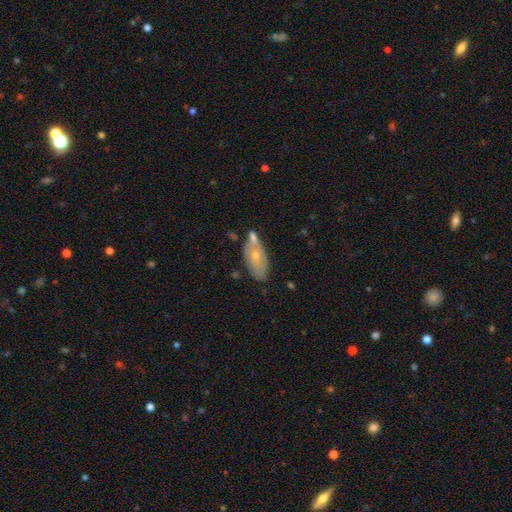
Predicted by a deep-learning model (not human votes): smooth 51%, featured or disk 42%, star or artifact 7%. Down the decision tree: how rounded — in between (88%); merging — none (49%).